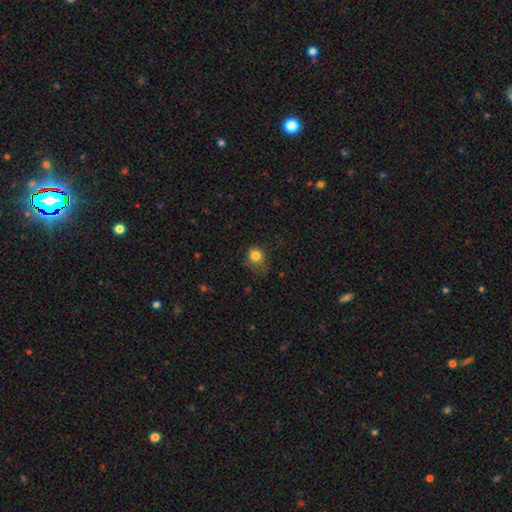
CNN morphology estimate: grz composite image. It shows a smooth galaxy with no disk features (81%) that is round (61%). Merging: none (48%).